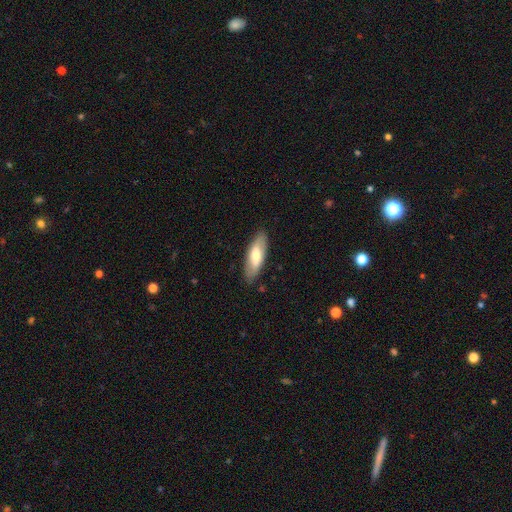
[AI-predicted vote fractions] Overall: smooth (62%; featured or disk 33%). How rounded: in between (65%; cigar-shaped 33%). Merging: none (85%).